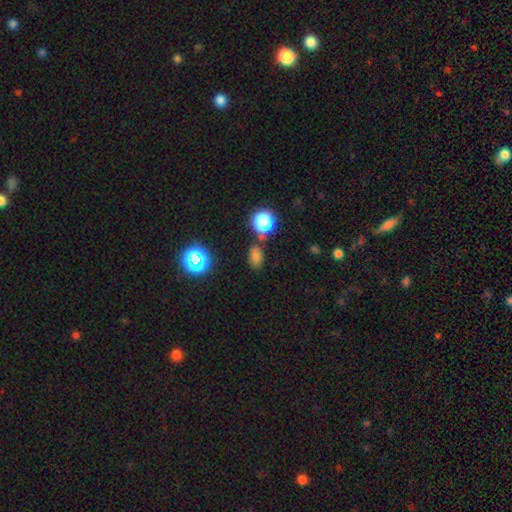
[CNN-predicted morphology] Smooth or featured?
  - smooth: 72% *
  - star or artifact: 22%
  - featured or disk: 6%
How rounded?
  - in between: 74% *
  - round: 23%
  - cigar-shaped: 2%
Merging?
  - none: 71% *
  - minor disturbance: 13%
  - merger: 11%
  - major disturbance: 4%